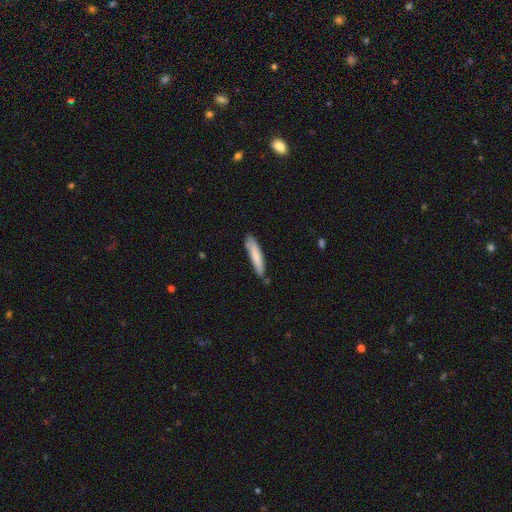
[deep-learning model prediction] This is likely a smooth galaxy (78%). How rounded: clearly cigar-shaped (87%). Merging: likely none (75%).